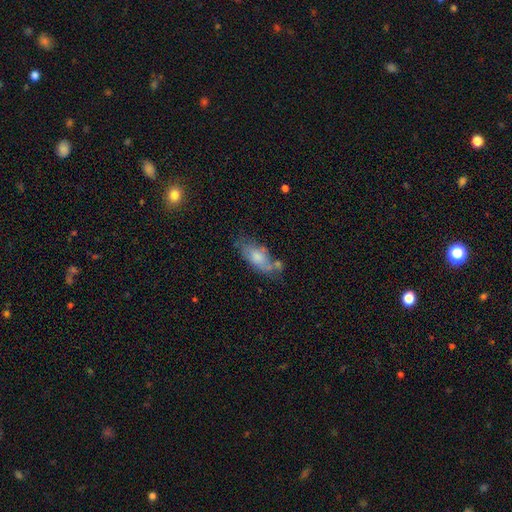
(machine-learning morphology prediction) Smooth or featured?
  - smooth: 58% *
  - featured or disk: 33%
  - star or artifact: 9%
How rounded?
  - in between: 80% *
  - cigar-shaped: 16%
  - round: 4%
Merging?
  - none: 52% *
  - minor disturbance: 25%
  - merger: 13%
  - major disturbance: 10%